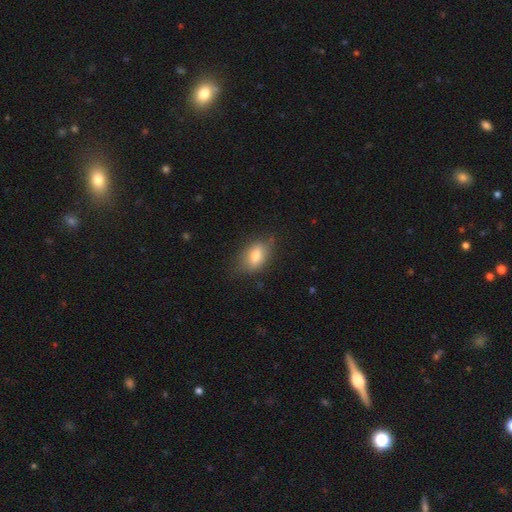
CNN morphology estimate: A smooth galaxy with no disk features (76%) that is in between round and cigar-shaped (84%).

Vote fractions:
- Smooth or featured? smooth: 76% / featured or disk: 15% / star or artifact: 8%
- How rounded? in between: 84% / round: 14% / cigar-shaped: 2%
- Merging? none: 68% / minor disturbance: 25% / major disturbance: 6% / merger: 1%